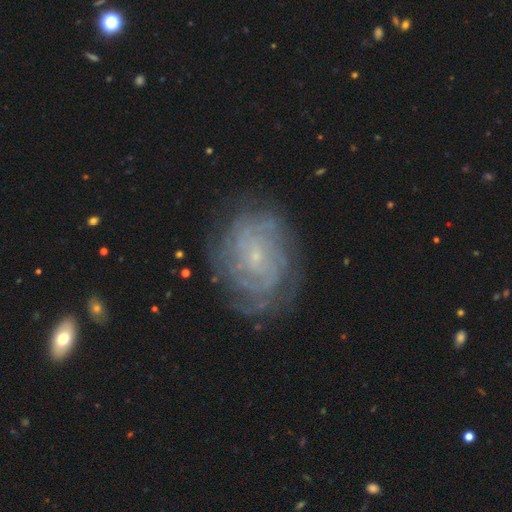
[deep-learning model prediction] Overall: featured or disk (80%). Edge-on disk: no (97%). Bar: no (66%; weak 28%). Spiral arms: yes (92%). Spiral arm count: can't tell (44%; 4 14%). Spiral winding: tight (73%). Bulge size: small (85%). Merging: none (77%).